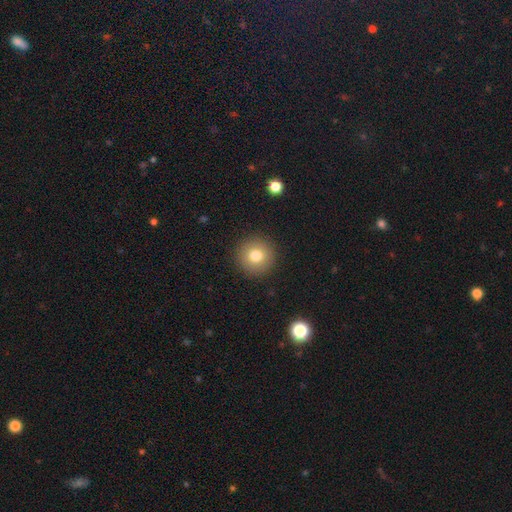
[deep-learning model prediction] Smooth or featured: smooth — 77% (featured or disk — 11%)
How rounded: round — 96% (in between — 3%)
Merging: none — 92% (minor disturbance — 5%)